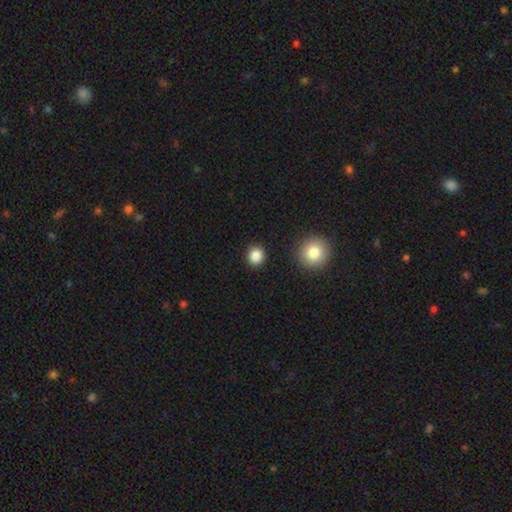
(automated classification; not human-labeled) Morphology: type=smooth (86%); roundness=round (87%); merging=none (90%).